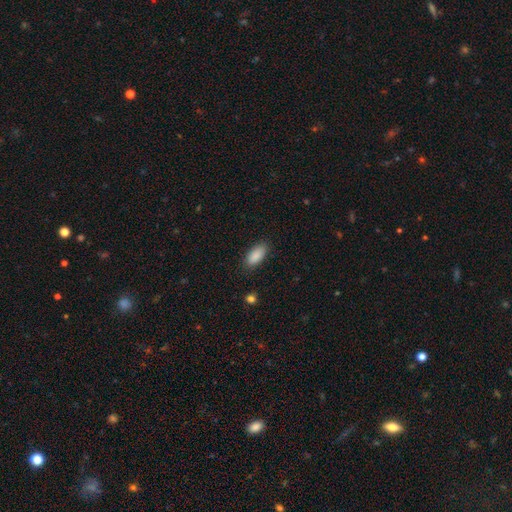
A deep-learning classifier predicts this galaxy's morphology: Smooth or featured? Predicted: smooth (p=0.89). How rounded? Predicted: in between (p=0.88). Merging? Predicted: none (p=0.86).